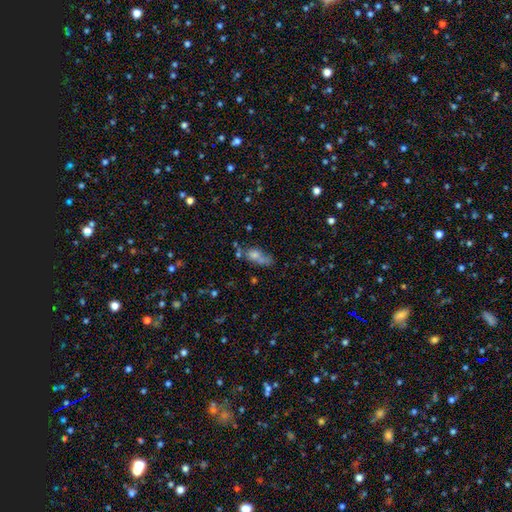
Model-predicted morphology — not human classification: A smooth galaxy with no disk features (67%) that is in between round and cigar-shaped (66%).

Vote fractions:
- Smooth or featured? smooth: 67% / featured or disk: 19% / star or artifact: 14%
- How rounded? in between: 66% / round: 19% / cigar-shaped: 15%
- Merging? none: 33% / merger: 29% / minor disturbance: 20% / major disturbance: 17%